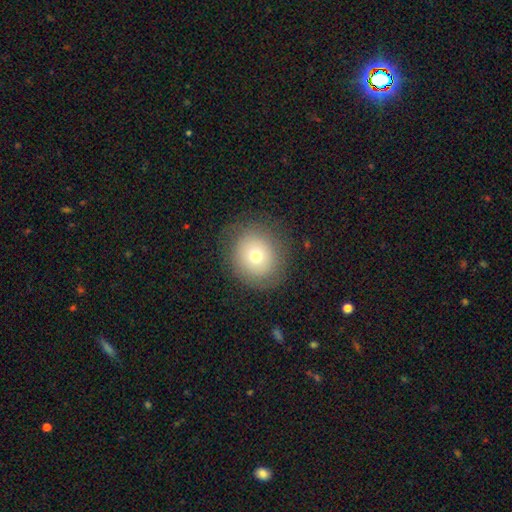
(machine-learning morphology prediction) A smooth galaxy with no disk features (70%) that is round (87%). Merging: none (82%).